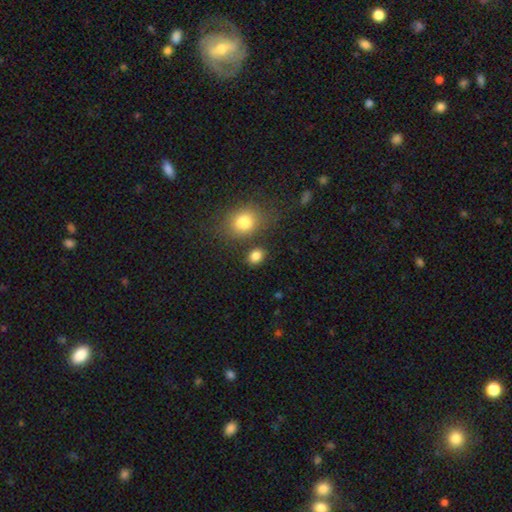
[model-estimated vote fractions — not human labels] smooth 83%, star or artifact 11%, featured or disk 6%. Down the decision tree: how rounded — in between (60%); merging — none (77%).